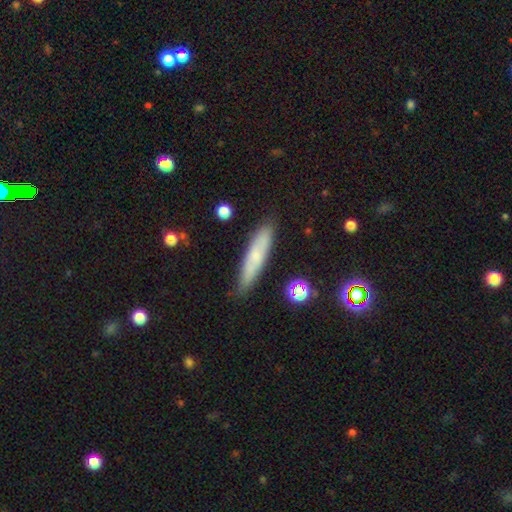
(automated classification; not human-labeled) Smooth or featured: smooth — 63% (featured or disk — 29%)
How rounded: cigar-shaped — 83% (in between — 15%)
Merging: none — 83% (minor disturbance — 13%)